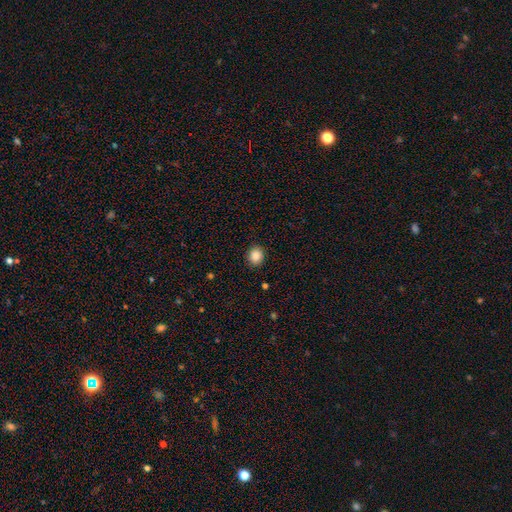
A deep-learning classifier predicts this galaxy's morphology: smooth 87%, star or artifact 10%, featured or disk 4%. Down the decision tree: how rounded — round (74%); merging — none (90%).